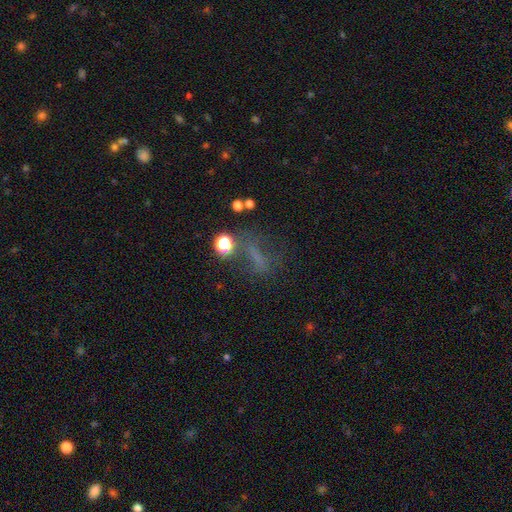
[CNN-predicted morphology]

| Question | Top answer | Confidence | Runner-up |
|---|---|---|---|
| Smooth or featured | smooth | 41% | star or artifact (37%) |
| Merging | none | 49% | major disturbance (25%) |